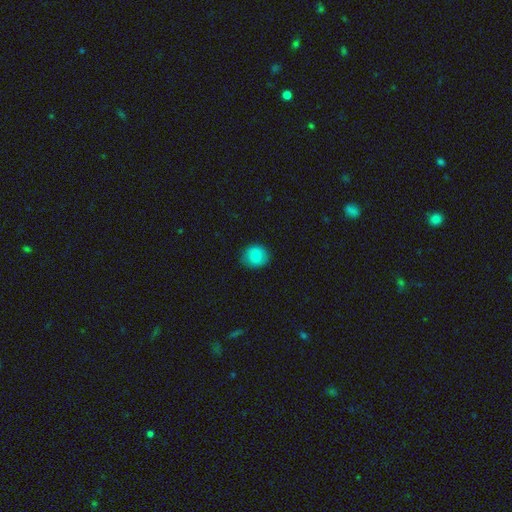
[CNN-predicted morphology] Smooth or featured?
  - smooth: 83% *
  - star or artifact: 9%
  - featured or disk: 8%
How rounded?
  - round: 79% *
  - in between: 20%
  - cigar-shaped: 1%
Merging?
  - none: 83% *
  - minor disturbance: 13%
  - major disturbance: 3%
  - merger: 1%